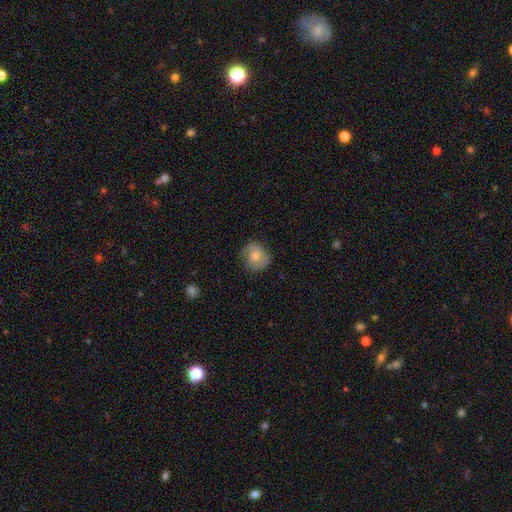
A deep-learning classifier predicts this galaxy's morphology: smooth_or_featured: smooth (p=0.56) [alt: featured or disk p=0.37]
how_rounded: round (p=0.76) [alt: in between p=0.23]
merging: none (p=0.69) [alt: minor disturbance p=0.22]